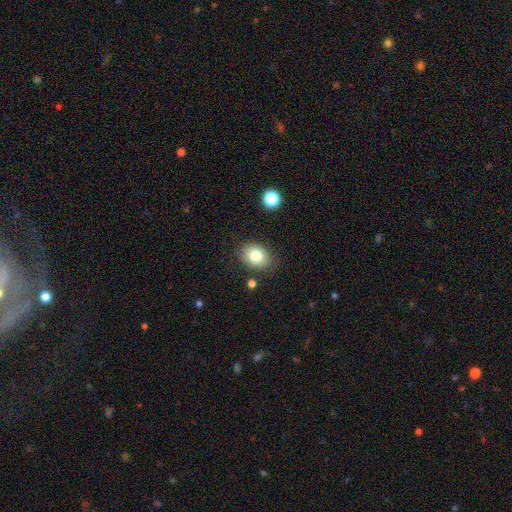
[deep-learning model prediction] Smooth or featured?
  - smooth: 81% *
  - featured or disk: 10%
  - star or artifact: 9%
How rounded?
  - in between: 61% *
  - round: 38%
  - cigar-shaped: 1%
Merging?
  - none: 82% *
  - minor disturbance: 12%
  - major disturbance: 3%
  - merger: 3%